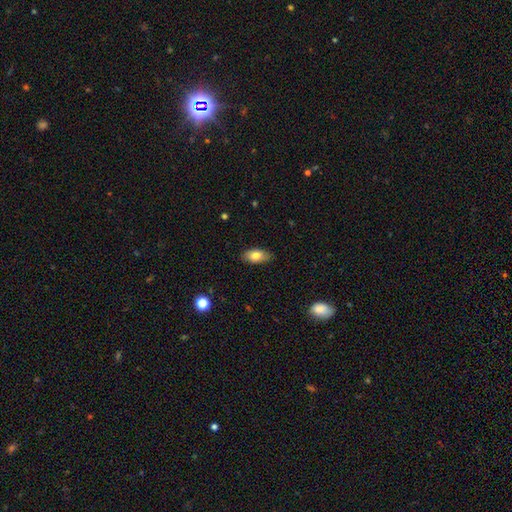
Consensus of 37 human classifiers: Volunteers were most divided on "smooth or featured": smooth: 84%, featured or disk: 11%, star or artifact: 5%. More confident: merging — none (91%); how rounded — in between (90%).